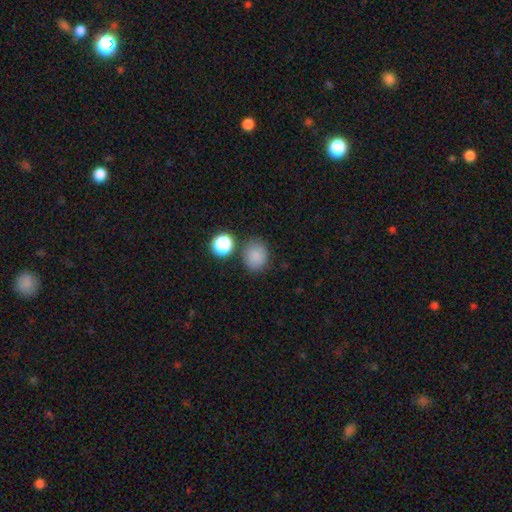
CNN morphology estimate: The model was most divided on "how rounded": round: 64%, in between: 35%, cigar-shaped: 1%. More confident: smooth or featured — smooth (83%); merging — none (76%).